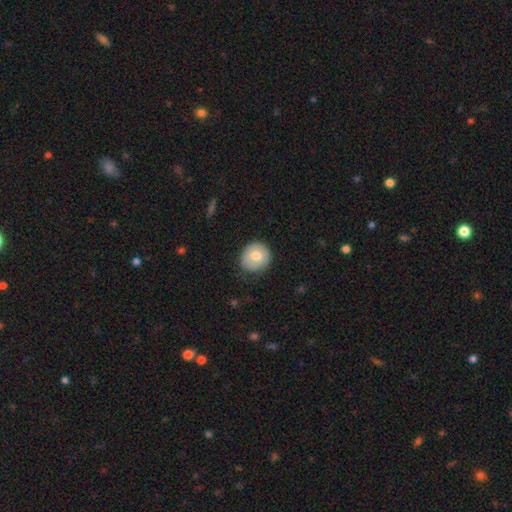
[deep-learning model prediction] A smooth galaxy with no disk features (68%) that is round (86%). Merging: none (83%).